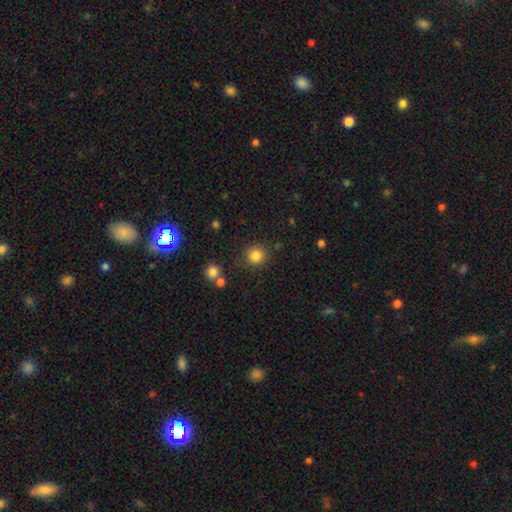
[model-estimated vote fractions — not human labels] Morphology: type=smooth (84%); roundness=round (92%); merging=none (84%).